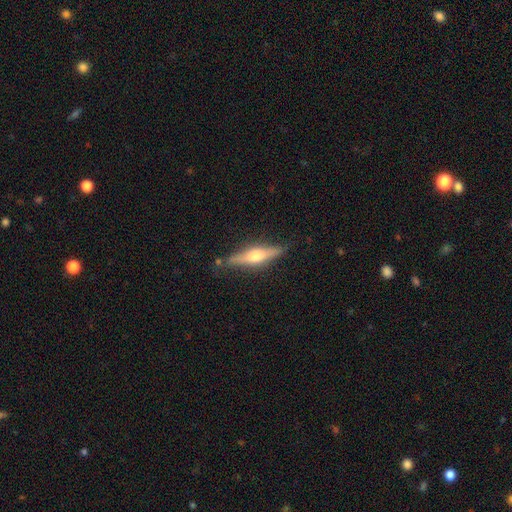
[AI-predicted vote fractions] Smooth or featured? Predicted: featured or disk (p=0.66). Edge-on disk? Predicted: yes (p=0.95). Edge-on bulge? Predicted: rounded (p=0.92). Merging? Predicted: none (p=0.83).